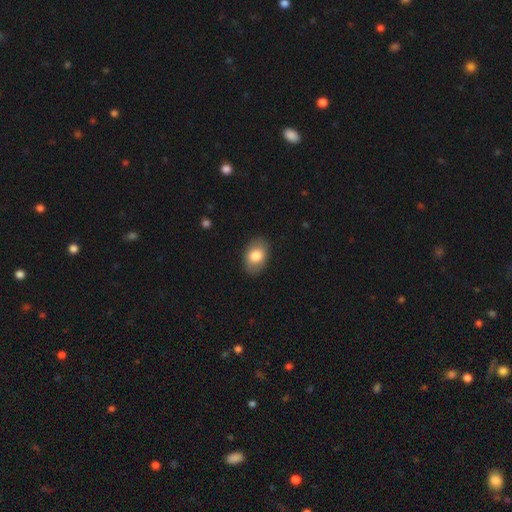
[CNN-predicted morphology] The model was most divided on "smooth or featured": smooth: 81%, featured or disk: 13%, star or artifact: 7%. More confident: merging — none (86%); how rounded — in between (86%).